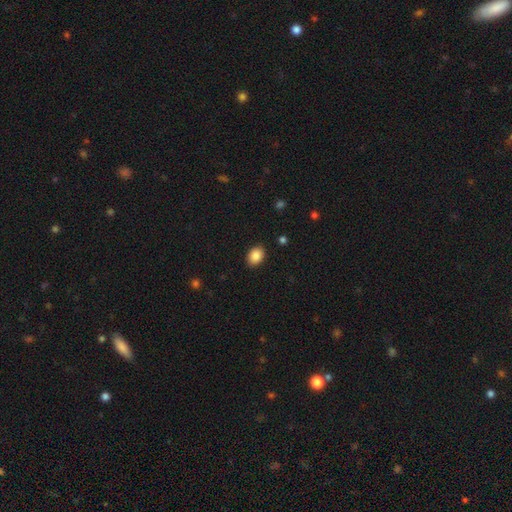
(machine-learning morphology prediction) smooth_or_featured: smooth (p=0.88) [alt: star or artifact p=0.08]
how_rounded: in between (p=0.75) [alt: round p=0.24]
merging: none (p=0.89) [alt: minor disturbance p=0.08]